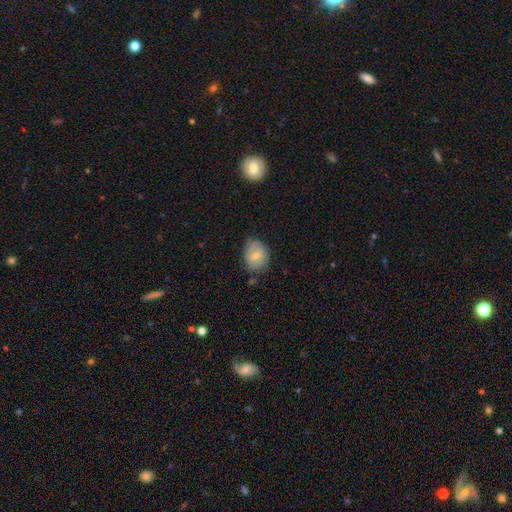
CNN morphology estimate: Smooth or featured? Predicted: smooth (p=0.68). How rounded? Predicted: round (p=0.51). Merging? Predicted: none (p=0.62).